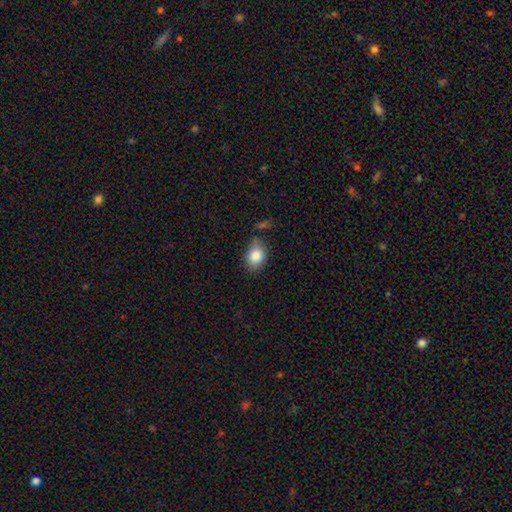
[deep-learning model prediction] Morphology: type=smooth (84%); roundness=in between (66%); merging=none (64%).